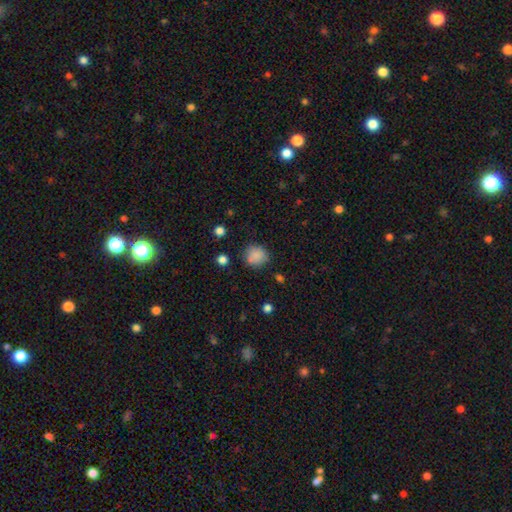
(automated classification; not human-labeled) Q: Smooth or featured?
A: smooth (85%); runner-up: star or artifact (10%)
Q: How rounded?
A: round (84%); runner-up: in between (15%)
Q: Merging?
A: none (79%); runner-up: minor disturbance (14%)